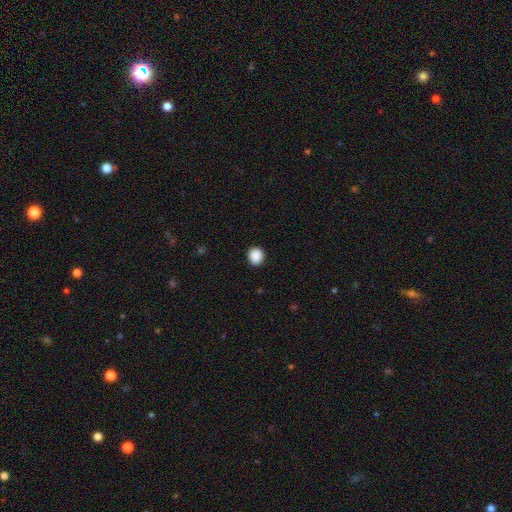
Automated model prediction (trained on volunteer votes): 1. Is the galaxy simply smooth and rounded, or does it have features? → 89% smooth, 9% star or artifact, 2% featured or disk.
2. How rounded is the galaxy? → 86% round, 13% in between, 1% cigar-shaped.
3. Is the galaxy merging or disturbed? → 90% none, 7% minor disturbance, 2% major disturbance, 1% merger.